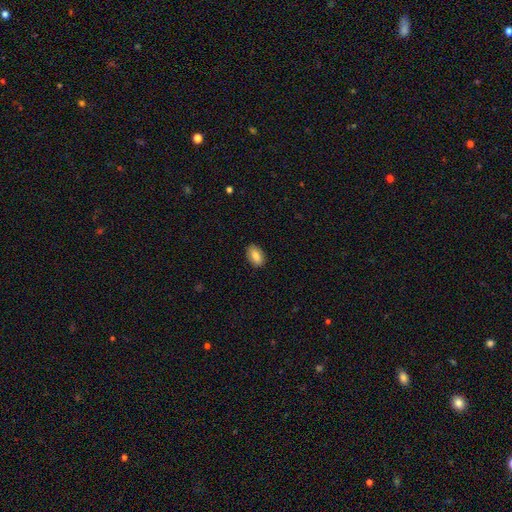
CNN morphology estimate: This appears to be a smooth galaxy with no disk features (78%) that is in between round and cigar-shaped (89%). Merging: none (87%).